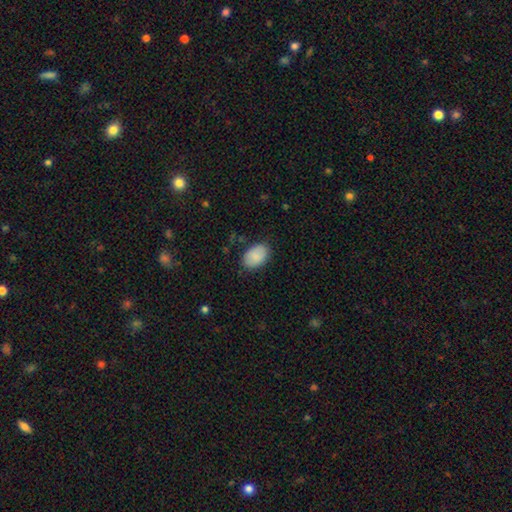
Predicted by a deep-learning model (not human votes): A smooth galaxy with no disk features (88%) that is in between round and cigar-shaped (89%).

Vote fractions:
- Smooth or featured? smooth: 88% / star or artifact: 6% / featured or disk: 6%
- How rounded? in between: 89% / round: 10% / cigar-shaped: 1%
- Merging? none: 82% / minor disturbance: 14% / major disturbance: 3% / merger: 1%